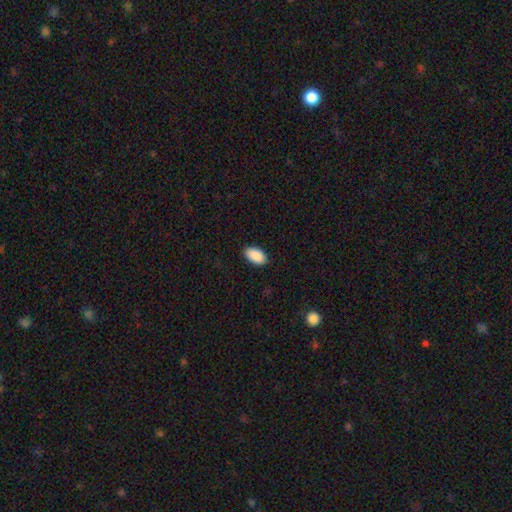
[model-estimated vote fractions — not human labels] smooth-or-featured: smooth: 91% | star or artifact: 7% | featured or disk: 3%
  how-rounded: in between: 95% | round: 3% | cigar-shaped: 2%
  merging: none: 89% | minor disturbance: 8% | major disturbance: 2% | merger: 1%